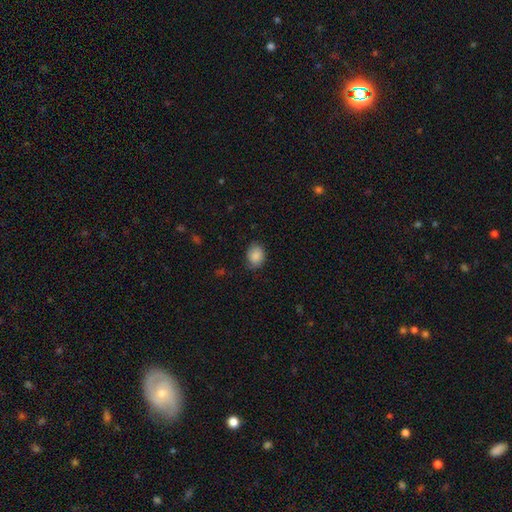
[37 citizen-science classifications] smooth 97%, star or artifact 3%, featured or disk 0%. Down the decision tree: how rounded — in between (64%); merging — none (64%).